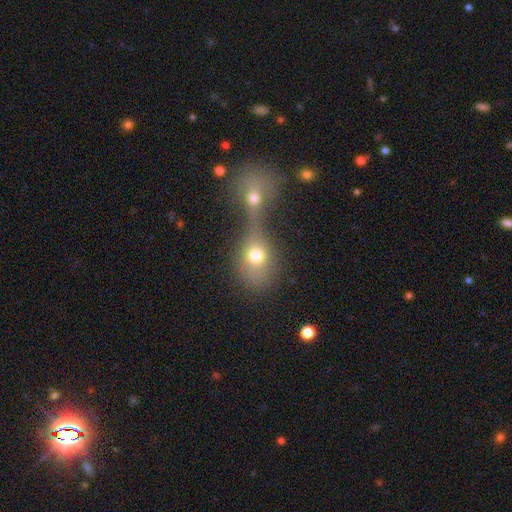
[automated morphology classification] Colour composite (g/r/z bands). It shows a smooth galaxy with no disk features (70%) that is round (52%). Merging: merger (67%).